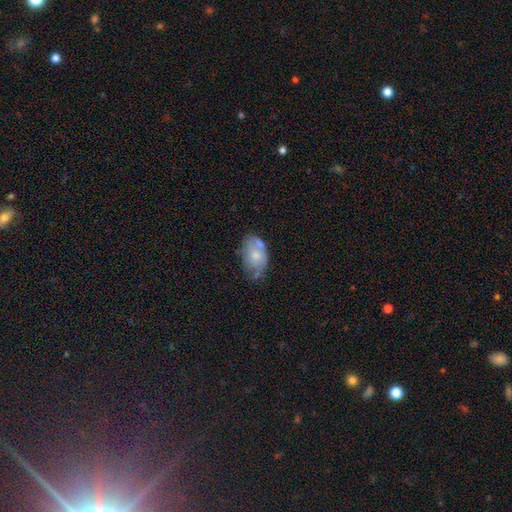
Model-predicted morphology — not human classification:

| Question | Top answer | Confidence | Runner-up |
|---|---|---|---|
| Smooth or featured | smooth | 60% | featured or disk (33%) |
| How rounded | in between | 85% | round (14%) |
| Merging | none | 39% | minor disturbance (32%) |